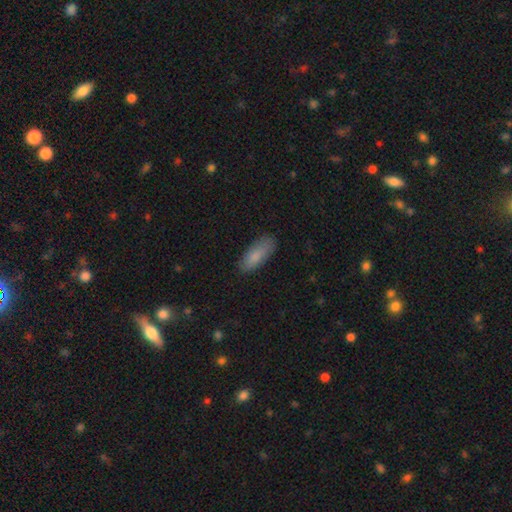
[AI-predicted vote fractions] A smooth galaxy with no disk features (84%) that is in between round and cigar-shaped (71%).

Vote fractions:
- Smooth or featured? smooth: 84% / featured or disk: 10% / star or artifact: 6%
- How rounded? in between: 71% / cigar-shaped: 27% / round: 2%
- Merging? none: 81% / minor disturbance: 15% / major disturbance: 3% / merger: 1%